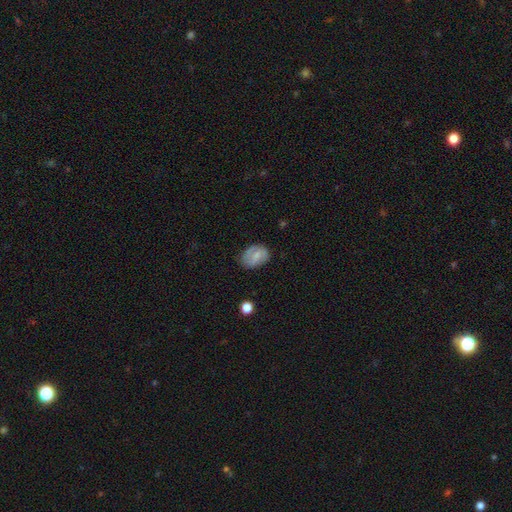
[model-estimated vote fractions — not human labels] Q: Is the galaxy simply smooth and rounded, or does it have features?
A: smooth — 54%.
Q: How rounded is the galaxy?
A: in between — 74%.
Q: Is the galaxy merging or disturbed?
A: none — 74%.